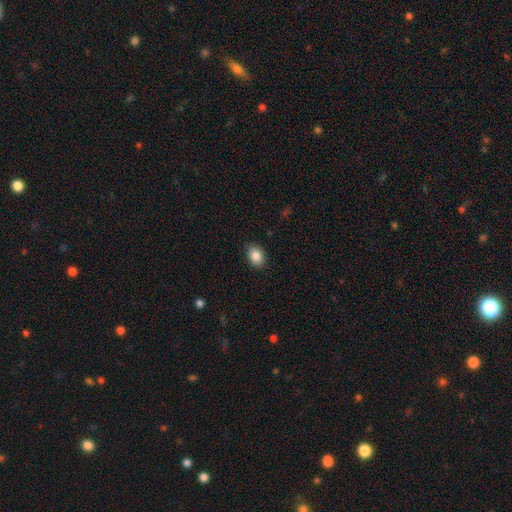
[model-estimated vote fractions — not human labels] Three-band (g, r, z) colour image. It shows a smooth galaxy with no disk features (86%) that is in between round and cigar-shaped (72%). Merging: none (87%).